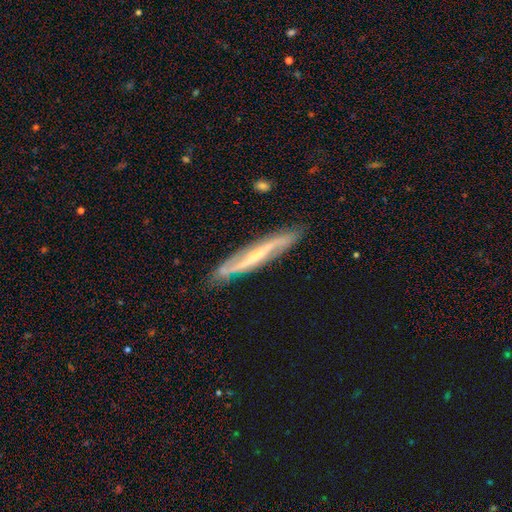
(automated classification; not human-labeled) A featured or disk galaxy (82%).

Vote fractions:
- Smooth or featured? featured or disk: 82% / smooth: 13% / star or artifact: 5%
- Edge-on disk? no: 54% / yes: 46%
- Merging? none: 81% / minor disturbance: 14% / major disturbance: 3% / merger: 2%